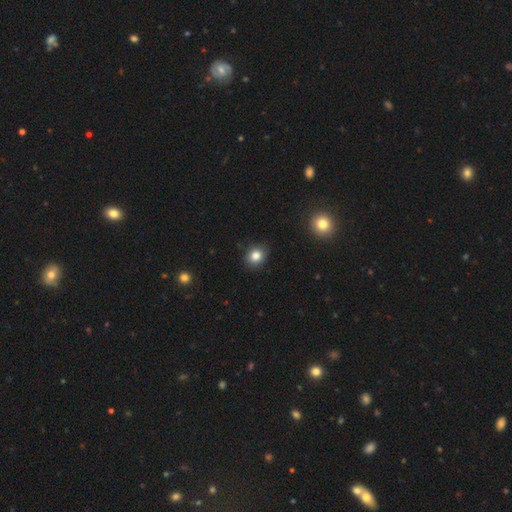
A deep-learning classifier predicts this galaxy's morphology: This is clearly a smooth galaxy (84%). How rounded: likely round (70%). Merging: clearly none (87%).